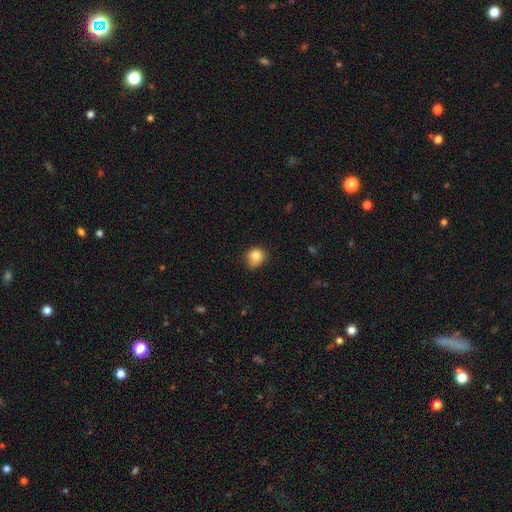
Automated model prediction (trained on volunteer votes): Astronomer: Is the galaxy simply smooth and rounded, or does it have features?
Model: smooth — 81%.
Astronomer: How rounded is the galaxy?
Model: round — 79%.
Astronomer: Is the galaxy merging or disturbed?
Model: none — 60%.